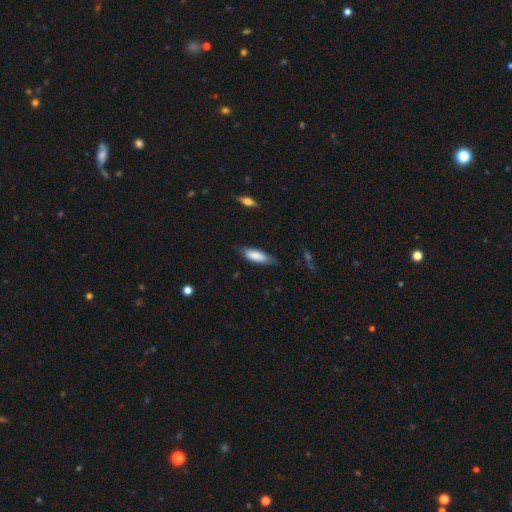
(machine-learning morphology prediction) type=smooth (82%); roundness=in between (59%); merging=none (74%).